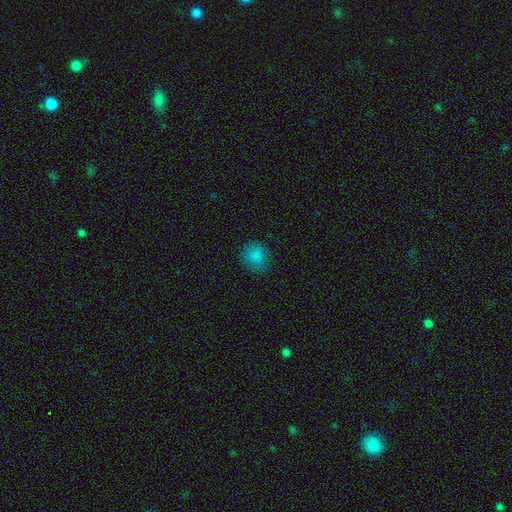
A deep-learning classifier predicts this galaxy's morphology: Smooth or featured?
  - smooth: 83% *
  - star or artifact: 12%
  - featured or disk: 5%
How rounded?
  - round: 79% *
  - in between: 20%
  - cigar-shaped: 1%
Merging?
  - none: 80% *
  - minor disturbance: 15%
  - major disturbance: 4%
  - merger: 1%